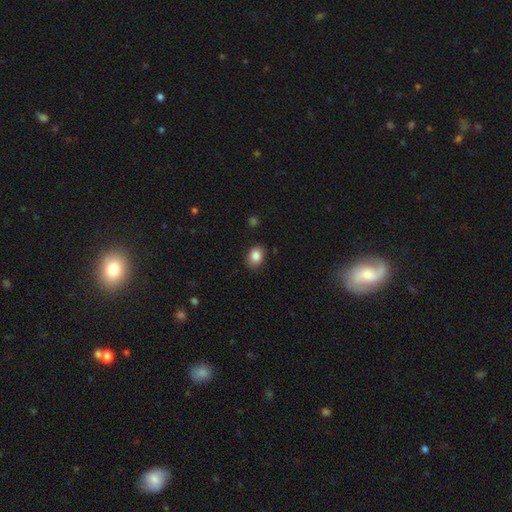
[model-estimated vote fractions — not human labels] smooth 86%, star or artifact 9%, featured or disk 5%. Down the decision tree: how rounded — in between (53%); merging — none (80%).